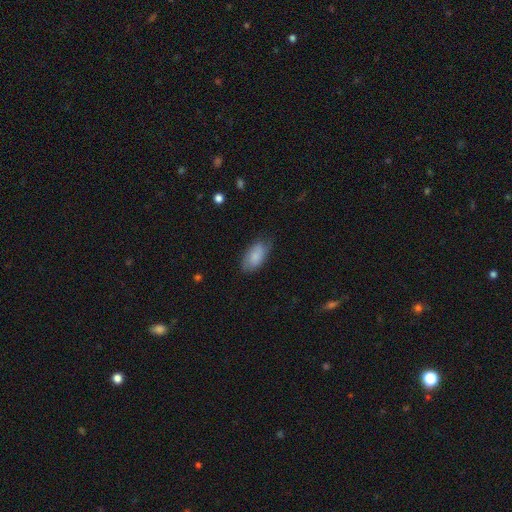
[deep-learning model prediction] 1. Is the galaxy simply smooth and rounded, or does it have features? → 79% smooth, 15% featured or disk, 6% star or artifact.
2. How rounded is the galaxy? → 93% in between, 4% cigar-shaped, 3% round.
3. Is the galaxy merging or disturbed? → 68% none, 25% minor disturbance, 6% major disturbance, 1% merger.